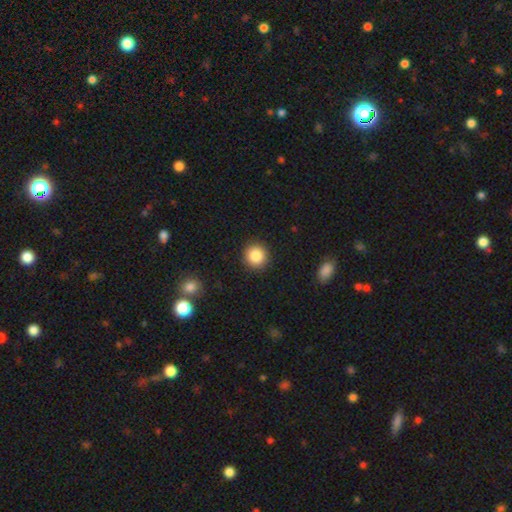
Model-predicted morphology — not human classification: Smooth or featured: smooth — 85% (star or artifact — 9%)
How rounded: round — 93% (in between — 6%)
Merging: none — 91% (minor disturbance — 6%)